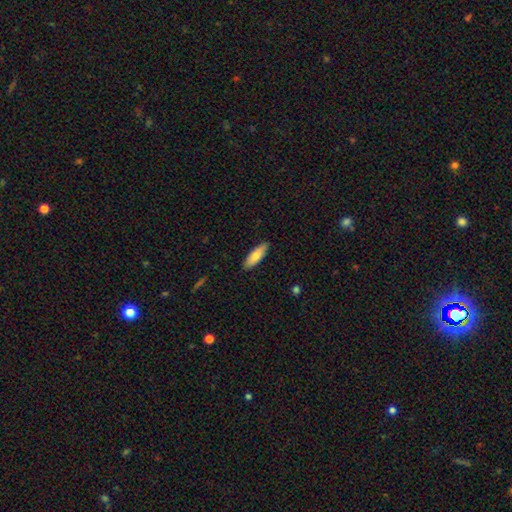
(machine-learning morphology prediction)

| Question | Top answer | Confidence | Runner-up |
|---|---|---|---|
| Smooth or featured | smooth | 77% | featured or disk (17%) |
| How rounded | in between | 57% | cigar-shaped (41%) |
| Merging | none | 88% | minor disturbance (10%) |